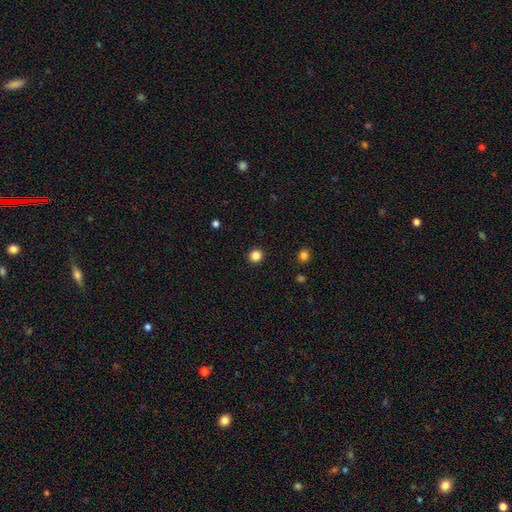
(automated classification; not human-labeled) Smooth or featured: smooth — 85% (star or artifact — 12%)
How rounded: round — 89% (in between — 10%)
Merging: none — 93% (minor disturbance — 5%)